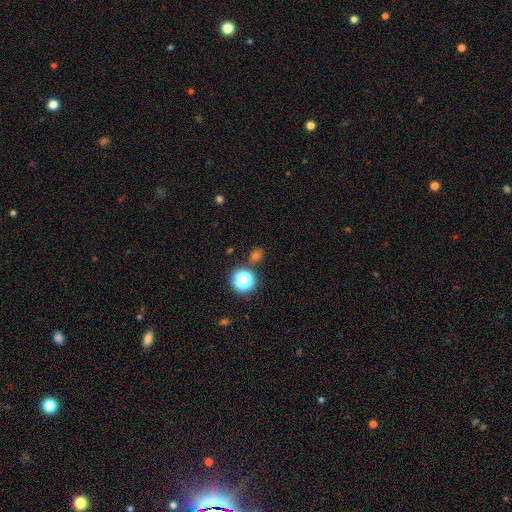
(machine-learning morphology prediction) Smooth or featured?
  - smooth: 56% *
  - star or artifact: 38%
  - featured or disk: 6%
How rounded?
  - round: 82% *
  - in between: 17%
  - cigar-shaped: 1%
Merging?
  - none: 80% *
  - minor disturbance: 9%
  - merger: 8%
  - major disturbance: 3%